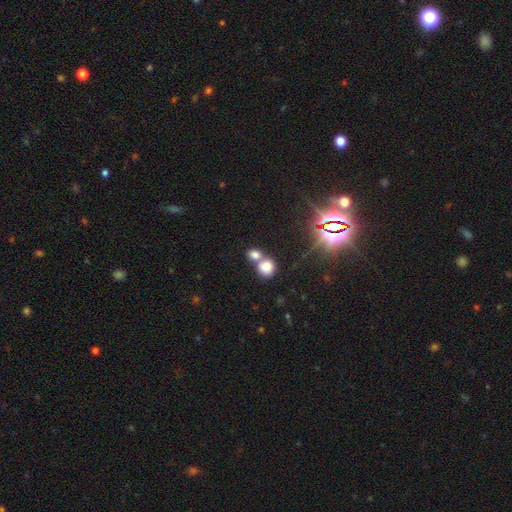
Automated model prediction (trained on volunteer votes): A smooth galaxy with no disk features (74%) that is round (71%).

Vote fractions:
- Smooth or featured? smooth: 74% / star or artifact: 17% / featured or disk: 9%
- How rounded? round: 71% / in between: 27% / cigar-shaped: 2%
- Merging? merger: 55% / none: 36% / minor disturbance: 6% / major disturbance: 3%